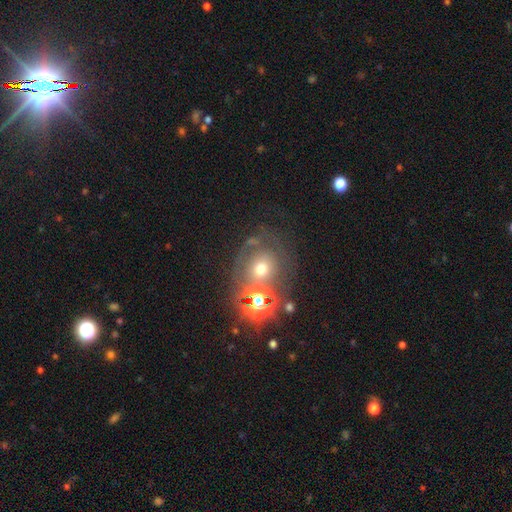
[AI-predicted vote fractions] smooth-or-featured: star or artifact: 39% | smooth: 31% | featured or disk: 30%